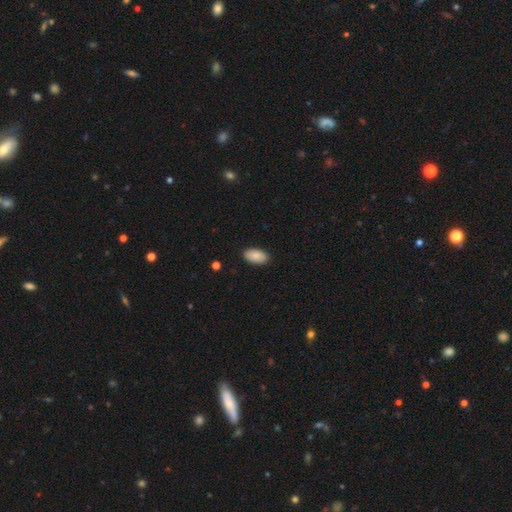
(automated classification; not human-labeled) This appears to be a smooth galaxy with no disk features (89%) that is in between round and cigar-shaped (95%). Merging: none (89%).